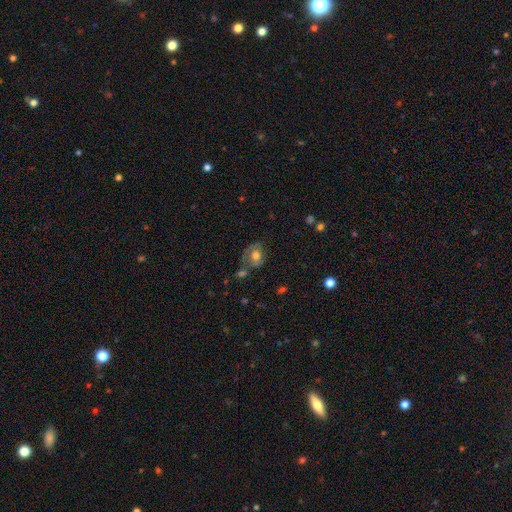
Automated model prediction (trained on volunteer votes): smooth 55%, featured or disk 35%, star or artifact 9%. Down the decision tree: how rounded — in between (56%); merging — none (46%).